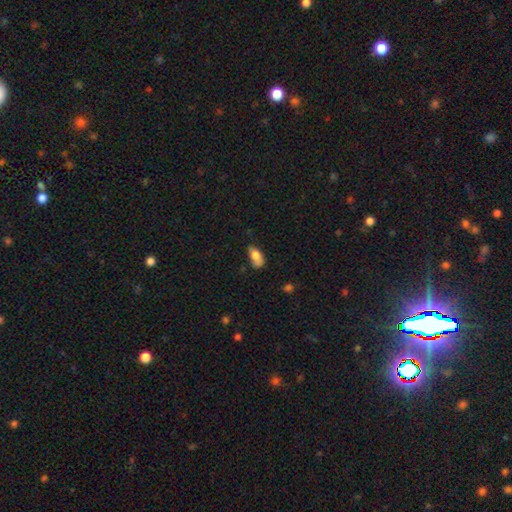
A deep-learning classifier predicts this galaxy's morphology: Smooth or featured: smooth — 76% (featured or disk — 17%)
How rounded: in between — 88% (cigar-shaped — 6%)
Merging: none — 42% (minor disturbance — 37%)